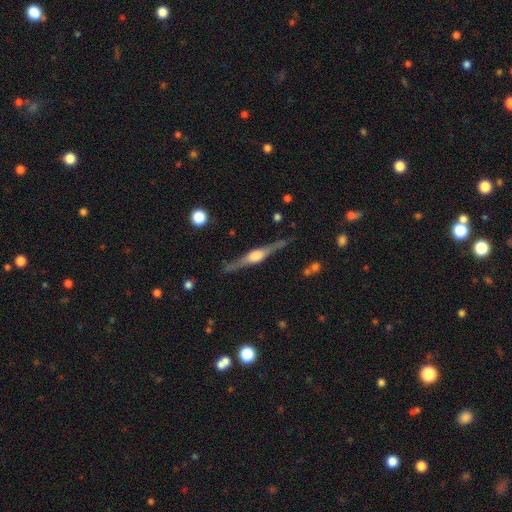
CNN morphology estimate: A featured or disk galaxy (81%) viewed edge-on (98%) with a rounded central bulge (88%).

Vote fractions:
- Smooth or featured? featured or disk: 81% / smooth: 14% / star or artifact: 5%
- Edge-on disk? yes: 98% / no: 2%
- Edge-on bulge? rounded: 88% / boxy: 9% / none: 2%
- Merging? none: 85% / minor disturbance: 11% / major disturbance: 2% / merger: 2%